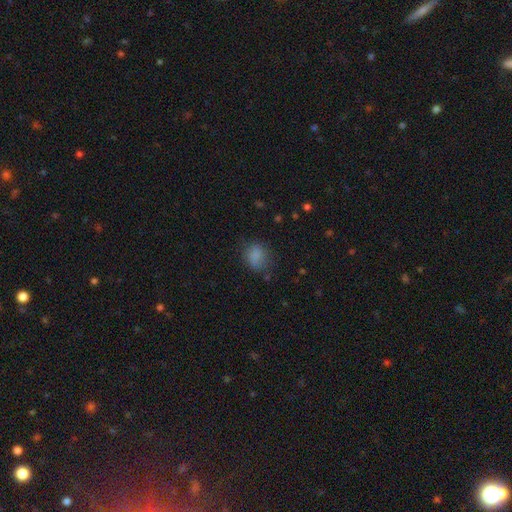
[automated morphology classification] A smooth galaxy with no disk features (82%) that is round (56%). Merging: none (69%).